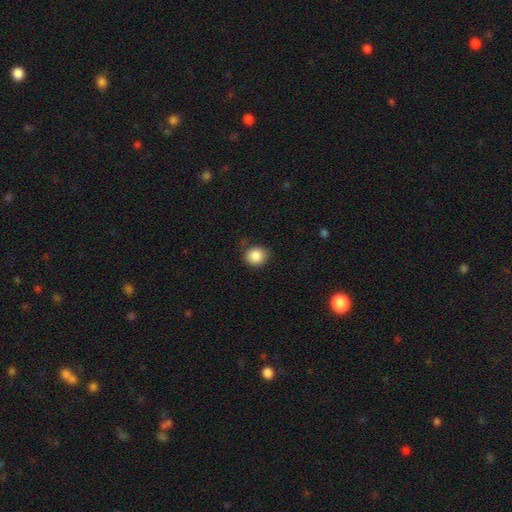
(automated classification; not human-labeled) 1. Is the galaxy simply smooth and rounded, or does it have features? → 87% smooth, 9% star or artifact, 4% featured or disk.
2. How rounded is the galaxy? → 76% round, 23% in between, 1% cigar-shaped.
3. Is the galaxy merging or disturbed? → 79% none, 16% minor disturbance, 4% major disturbance, 2% merger.